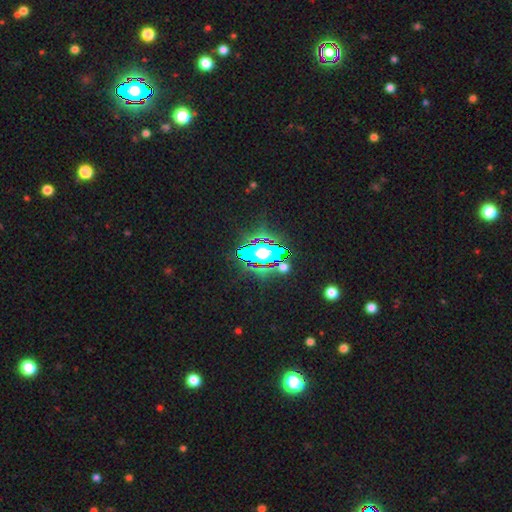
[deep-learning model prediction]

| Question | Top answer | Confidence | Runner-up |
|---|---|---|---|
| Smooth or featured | star or artifact | 79% | smooth (12%) |